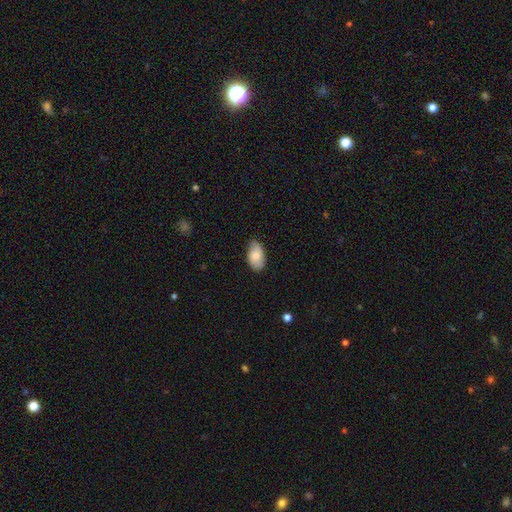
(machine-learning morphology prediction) smooth-or-featured: smooth: 80% | featured or disk: 14% | star or artifact: 6%
  how-rounded: in between: 94% | round: 4% | cigar-shaped: 2%
  merging: none: 79% | minor disturbance: 17% | major disturbance: 3% | merger: 1%